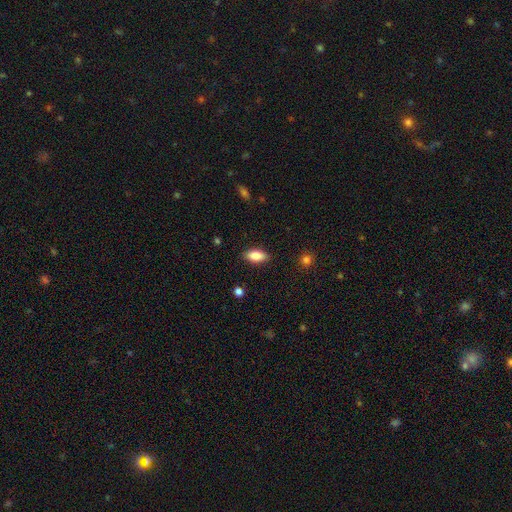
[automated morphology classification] Smooth or featured?
  - smooth: 80% *
  - featured or disk: 13%
  - star or artifact: 7%
How rounded?
  - in between: 87% *
  - cigar-shaped: 10%
  - round: 3%
Merging?
  - none: 87% *
  - minor disturbance: 9%
  - major disturbance: 2%
  - merger: 1%